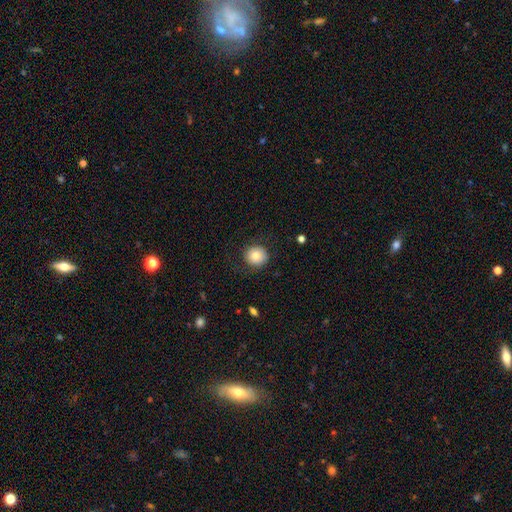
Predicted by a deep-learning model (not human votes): This appears to be a smooth galaxy with no disk features (81%) that is round (91%). Merging: none (83%).